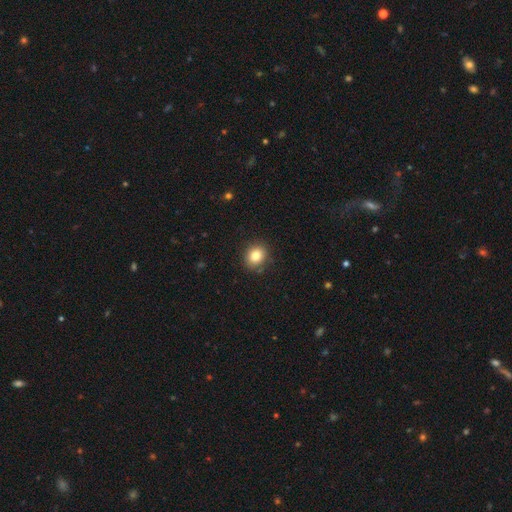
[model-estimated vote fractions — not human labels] The model was most divided on "how rounded": round: 67%, in between: 32%, cigar-shaped: 1%. More confident: merging — none (88%); smooth or featured — smooth (83%).